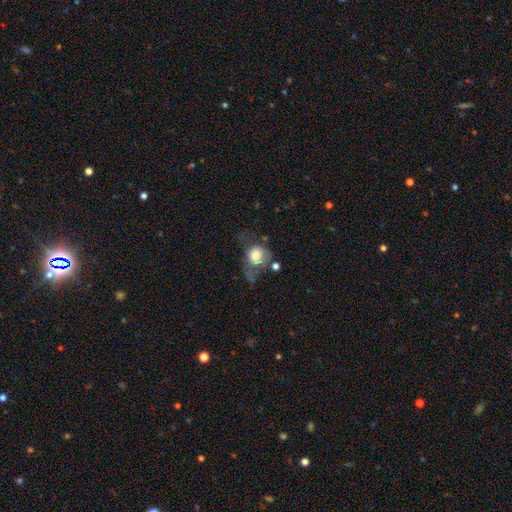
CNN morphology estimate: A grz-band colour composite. It shows a smooth galaxy with no disk features (64%) that is round (55%). Merging: major disturbance (45%).